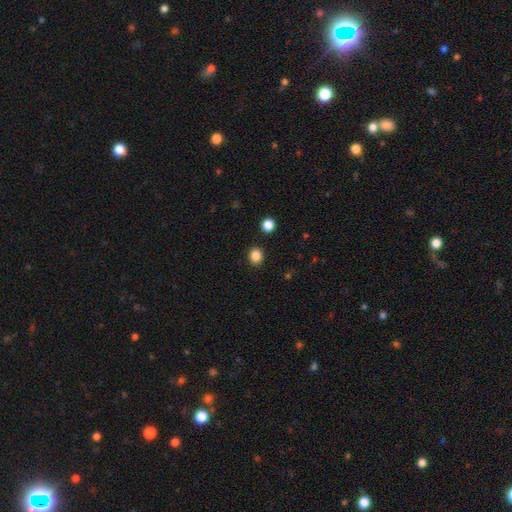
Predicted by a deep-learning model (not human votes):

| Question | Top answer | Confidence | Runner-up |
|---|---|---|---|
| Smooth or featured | smooth | 85% | star or artifact (11%) |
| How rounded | round | 77% | in between (22%) |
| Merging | none | 90% | minor disturbance (6%) |